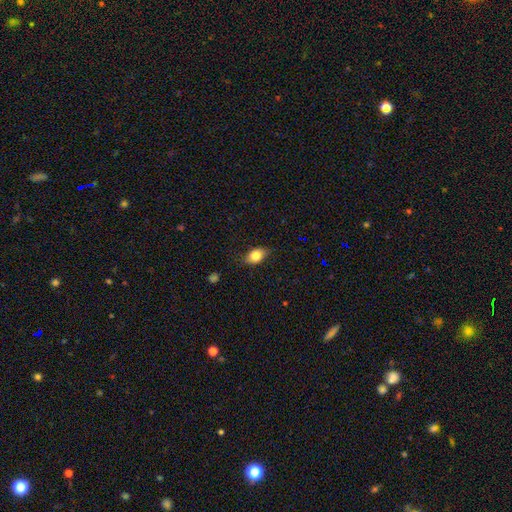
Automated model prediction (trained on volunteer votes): Smooth or featured? Predicted: smooth (p=0.81). How rounded? Predicted: in between (p=0.79). Merging? Predicted: none (p=0.77).